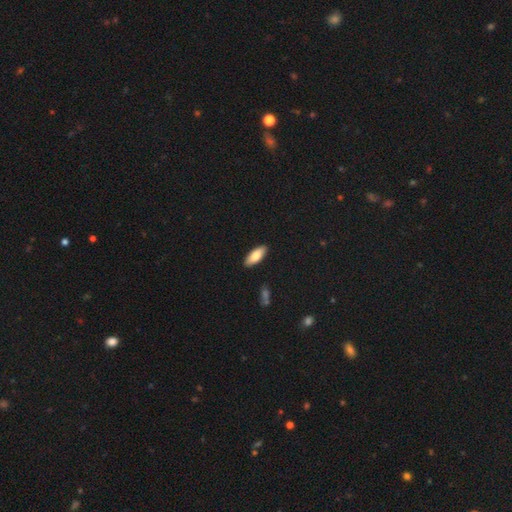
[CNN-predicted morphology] A smooth galaxy with no disk features (77%) that is in between round and cigar-shaped (76%). Merging: none (90%).